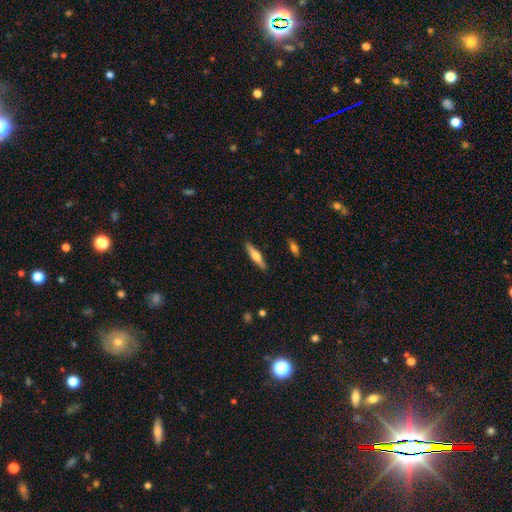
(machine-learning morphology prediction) Overall: smooth (56%; featured or disk 38%). How rounded: cigar-shaped (80%). Merging: none (88%).